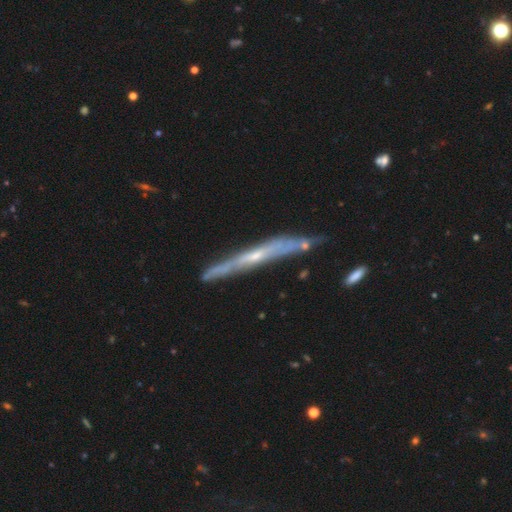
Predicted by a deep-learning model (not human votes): Smooth or featured? featured or disk (74%)
Edge-on disk? yes (90%)
Edge-on bulge? rounded (51%)
Merging? none (76%)